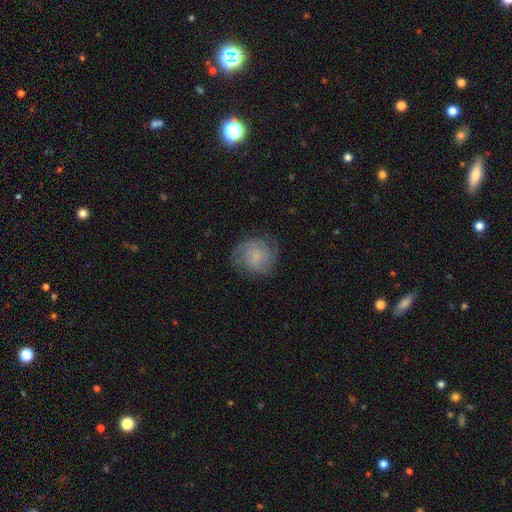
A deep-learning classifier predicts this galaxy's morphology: Smooth or featured?
  - featured or disk: 57% *
  - smooth: 34%
  - star or artifact: 9%
Edge-on disk?
  - no: 98% *
  - yes: 2%
Bar?
  - no: 68% *
  - weak: 28%
  - strong: 4%
Spiral arms?
  - yes: 90% *
  - no: 10%
Spiral winding?
  - tight: 48% *
  - medium: 38%
  - loose: 14%
Spiral arm count?
  - can't tell: 33% *
  - 2: 29%
  - 3: 19%
  - 4: 7%
  - 1: 6%
  - more than 4: 5%
Bulge size?
  - small: 59% *
  - none: 22%
  - moderate: 16%
  - large: 2%
  - dominant: 1%
Merging?
  - none: 72% *
  - minor disturbance: 18%
  - major disturbance: 9%
  - merger: 1%